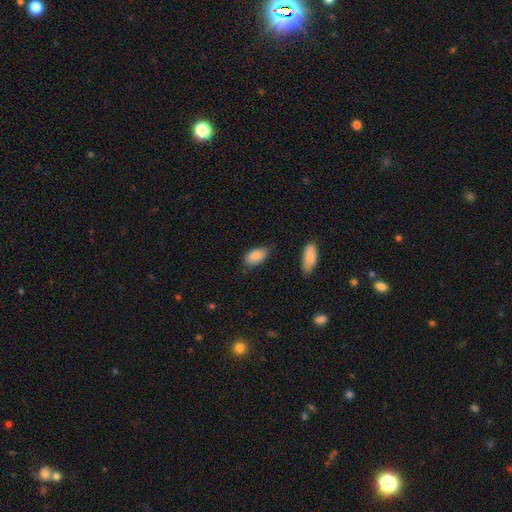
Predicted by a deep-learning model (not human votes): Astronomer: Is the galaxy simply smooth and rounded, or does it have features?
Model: smooth — 86%.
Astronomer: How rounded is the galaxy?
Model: in between — 94%.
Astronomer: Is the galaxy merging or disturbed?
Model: none — 67%.